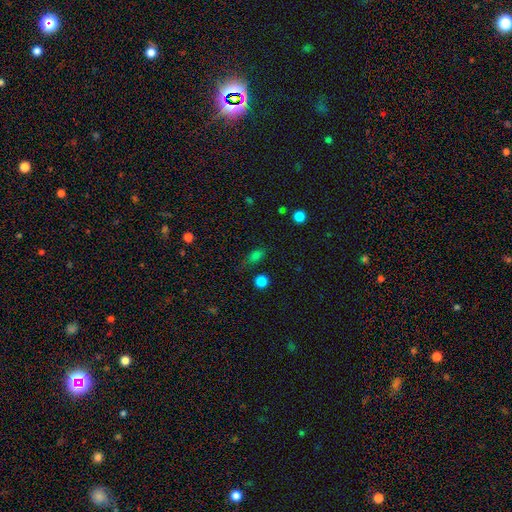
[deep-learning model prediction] This appears to be a smooth galaxy with no disk features (74%) that is in between round and cigar-shaped (67%). Merging: none (72%).